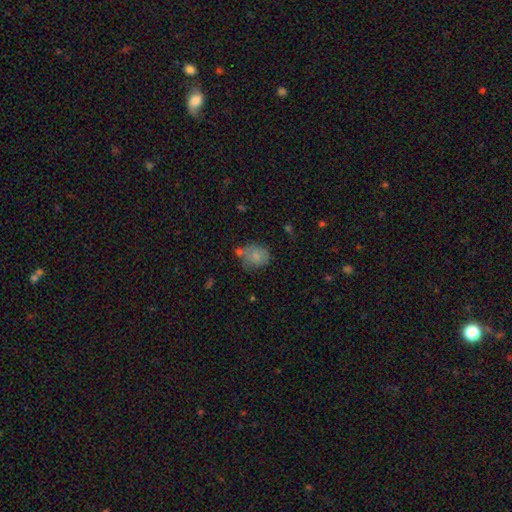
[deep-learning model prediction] smooth_or_featured: smooth (p=0.76) [alt: featured or disk p=0.15]
how_rounded: round (p=0.58) [alt: in between p=0.41]
merging: none (p=0.51) [alt: minor disturbance p=0.25]